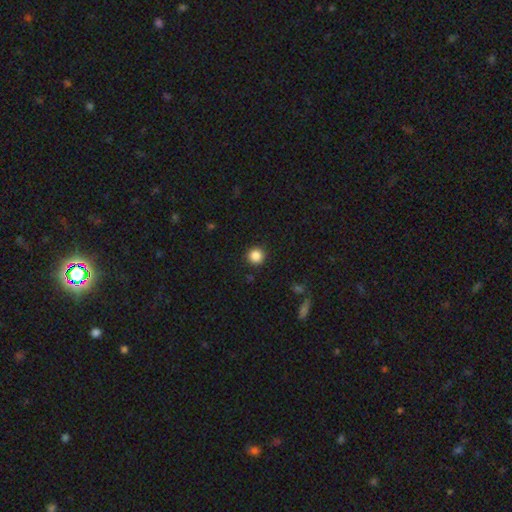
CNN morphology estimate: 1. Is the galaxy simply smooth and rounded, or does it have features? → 86% smooth, 11% star or artifact, 3% featured or disk.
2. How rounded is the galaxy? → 95% round, 4% in between, 1% cigar-shaped.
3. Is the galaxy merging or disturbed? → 91% none, 5% minor disturbance, 2% major disturbance, 1% merger.